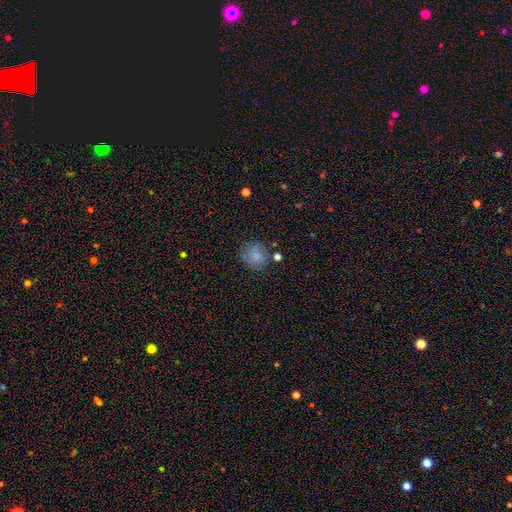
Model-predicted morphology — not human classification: smooth_or_featured: smooth (p=0.75) [alt: featured or disk p=0.15]
how_rounded: round (p=0.83) [alt: in between p=0.16]
merging: none (p=0.66) [alt: minor disturbance p=0.20]